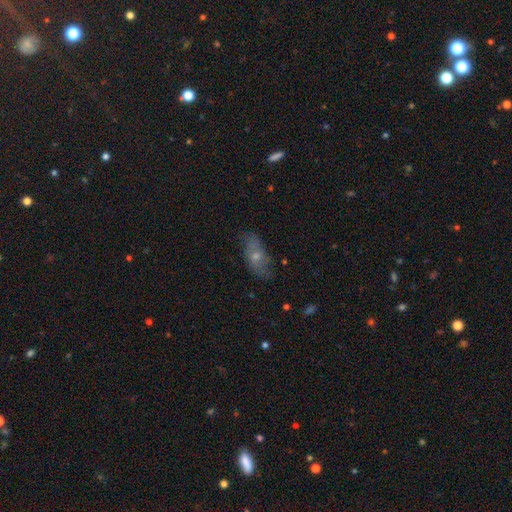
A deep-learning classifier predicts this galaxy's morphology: type=smooth (53%); roundness=in between (80%); merging=none (68%).